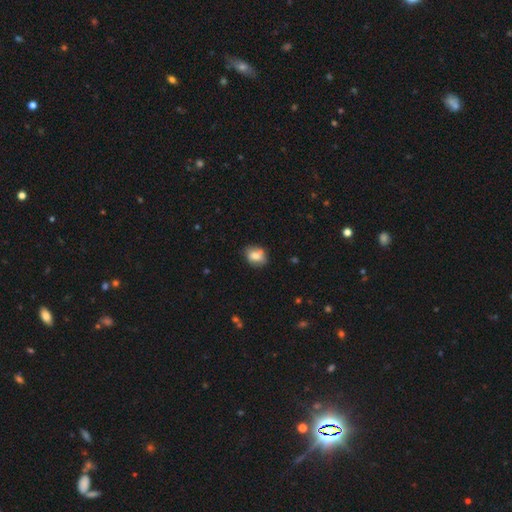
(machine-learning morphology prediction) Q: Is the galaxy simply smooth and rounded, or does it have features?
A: smooth — 76%.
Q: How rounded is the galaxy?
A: round — 50%.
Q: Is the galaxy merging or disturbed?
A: none — 71%.